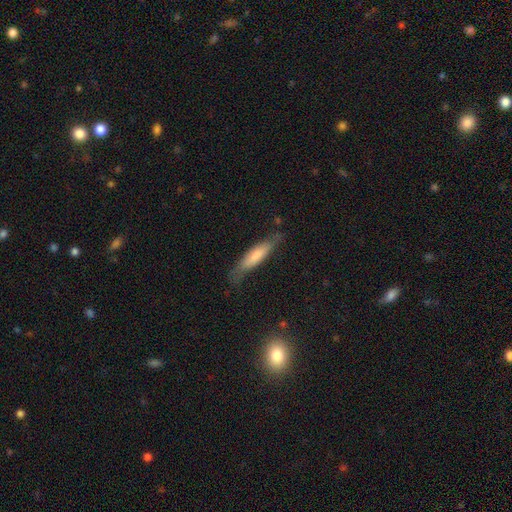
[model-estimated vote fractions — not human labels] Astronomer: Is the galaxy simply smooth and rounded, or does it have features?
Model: smooth — 71%.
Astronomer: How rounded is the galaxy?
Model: cigar-shaped — 76%.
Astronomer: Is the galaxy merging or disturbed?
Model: none — 68%.